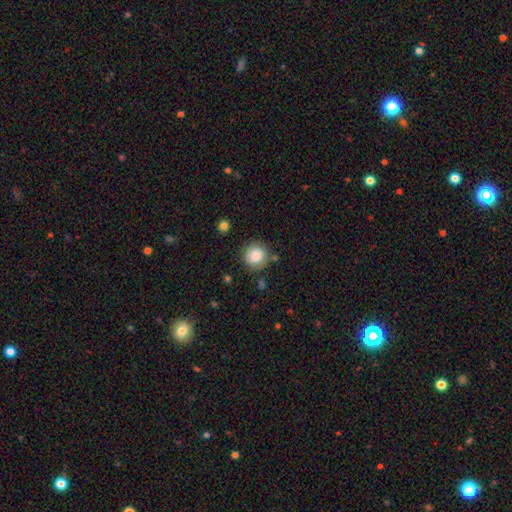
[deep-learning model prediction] smooth-or-featured: smooth: 83% | star or artifact: 9% | featured or disk: 8%
  how-rounded: round: 92% | in between: 7% | cigar-shaped: 1%
  merging: none: 82% | minor disturbance: 11% | major disturbance: 3% | merger: 3%